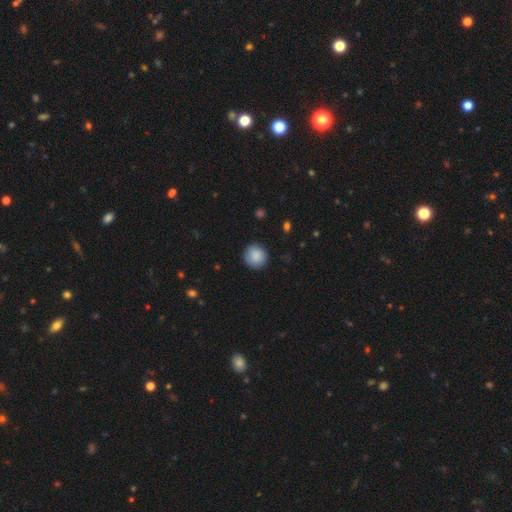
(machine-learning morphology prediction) Overall: smooth (87%). How rounded: round (94%). Merging: none (88%).